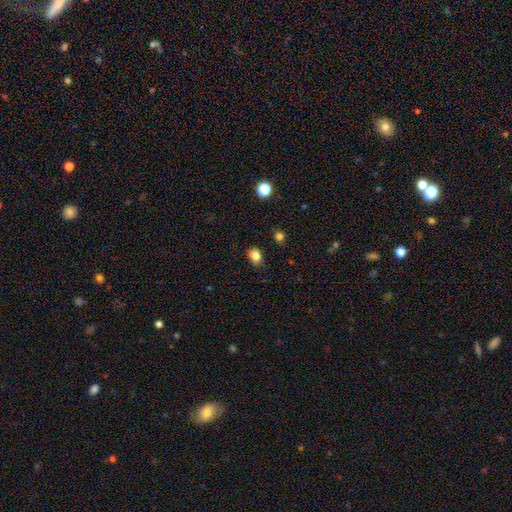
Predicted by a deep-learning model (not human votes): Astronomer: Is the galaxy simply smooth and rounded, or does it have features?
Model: smooth — 84%.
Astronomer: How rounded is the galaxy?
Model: in between — 58% (runner-up: round, 41%).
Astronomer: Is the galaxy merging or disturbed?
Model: none — 81%.